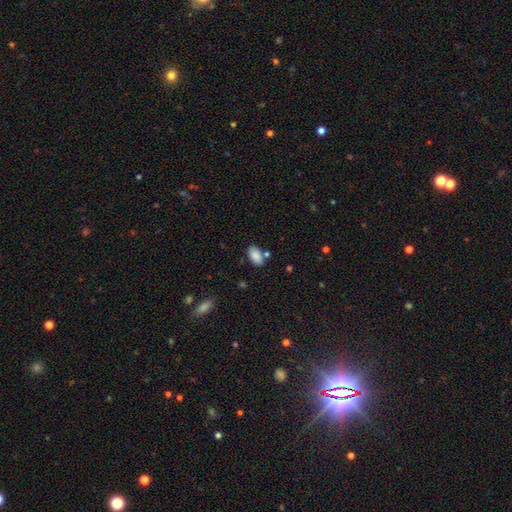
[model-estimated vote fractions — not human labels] This is clearly a smooth galaxy (88%). How rounded: clearly in between (93%). Merging: likely none (73%).